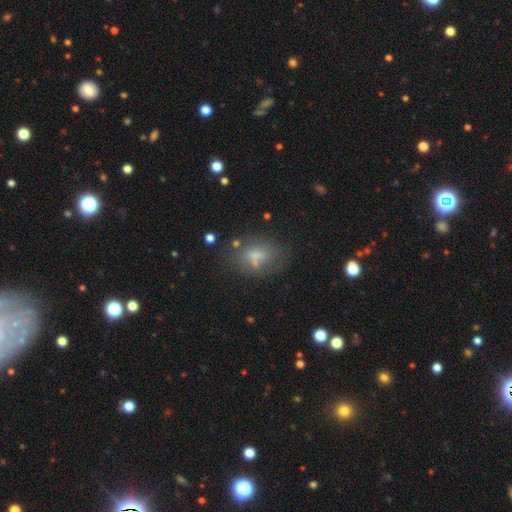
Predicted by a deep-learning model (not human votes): This is likely a smooth galaxy (67%). How rounded: likely in between (74%). Merging: likely none (63%).